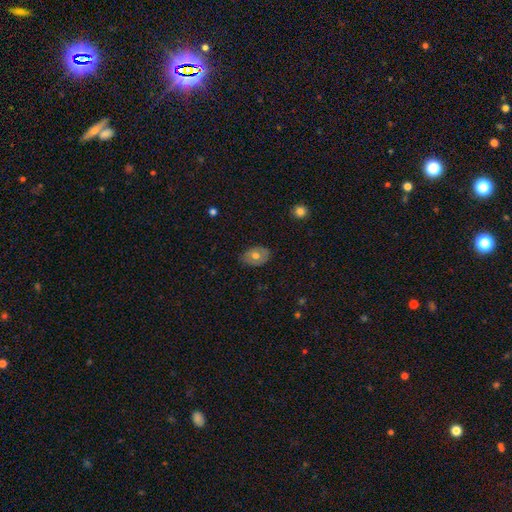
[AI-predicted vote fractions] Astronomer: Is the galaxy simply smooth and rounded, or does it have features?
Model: smooth — 59%.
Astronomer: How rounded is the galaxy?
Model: in between — 77%.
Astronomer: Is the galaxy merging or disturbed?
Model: none — 80%.